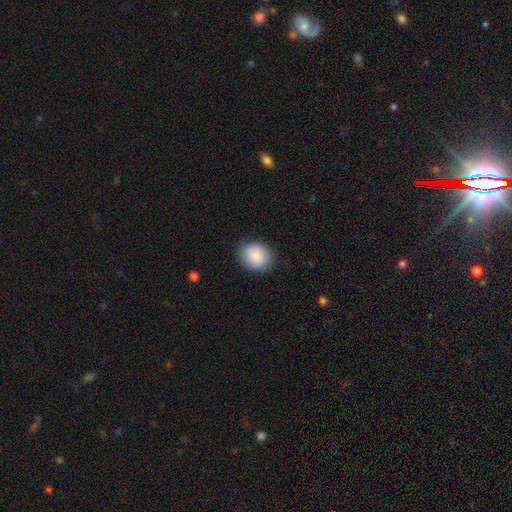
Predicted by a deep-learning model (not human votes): smooth-or-featured: smooth: 87% | star or artifact: 7% | featured or disk: 6%
  how-rounded: round: 62% | in between: 37% | cigar-shaped: 1%
  merging: none: 86% | minor disturbance: 11% | major disturbance: 3% | merger: 1%